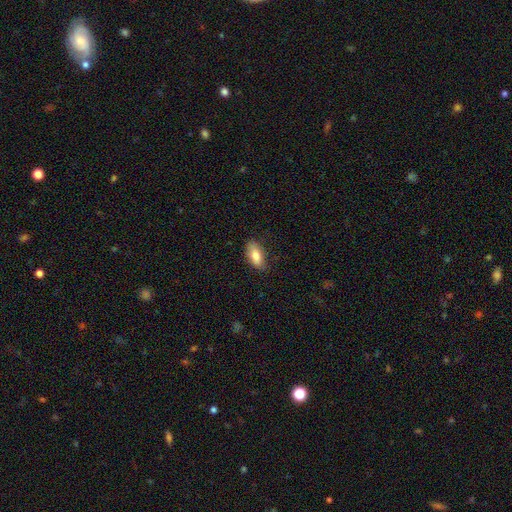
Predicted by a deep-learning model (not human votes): A smooth galaxy with no disk features (81%) that is in between round and cigar-shaped (86%). Merging: none (79%).